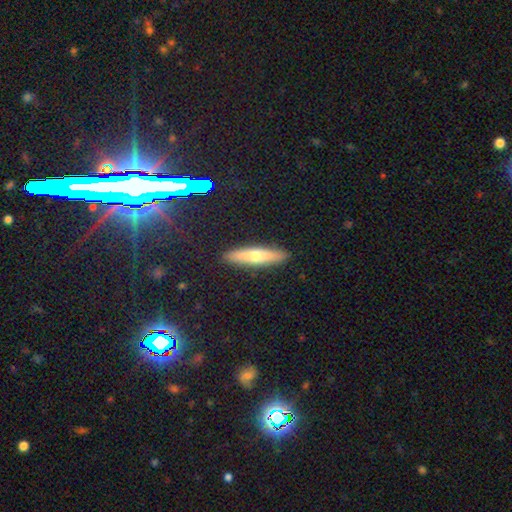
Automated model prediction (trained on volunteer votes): The model was most divided on "smooth or featured": smooth: 55%, featured or disk: 38%, star or artifact: 7%. More confident: merging — none (90%); how rounded — cigar-shaped (82%).